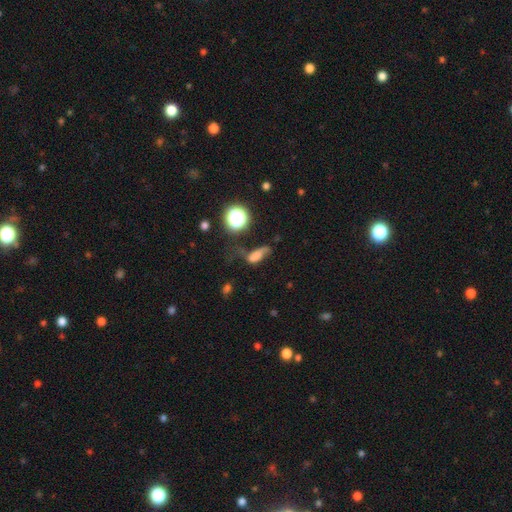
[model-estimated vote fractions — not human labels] Smooth or featured: smooth — 60% (featured or disk — 22%)
How rounded: in between — 66% (cigar-shaped — 19%)
Merging: major disturbance — 36% (none — 29%)